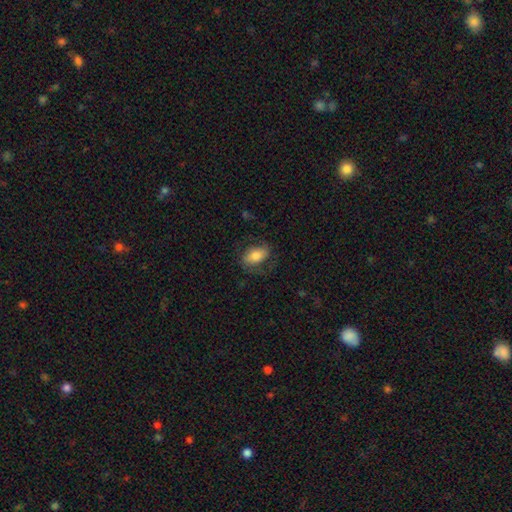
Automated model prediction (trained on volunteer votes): Smooth or featured? Predicted: smooth (p=0.66). How rounded? Predicted: in between (p=0.88). Merging? Predicted: none (p=0.68).